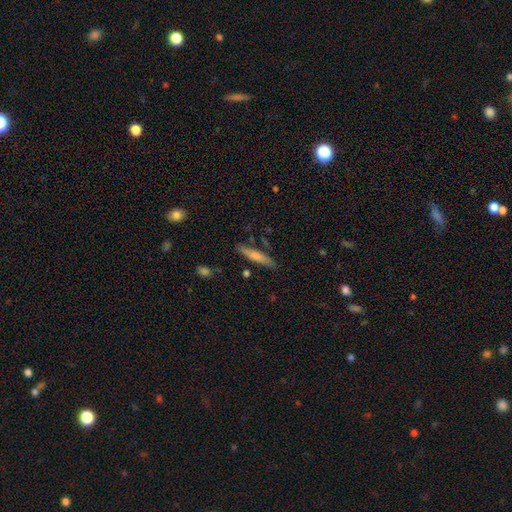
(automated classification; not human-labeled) Q: Smooth or featured?
A: smooth (66%); runner-up: featured or disk (28%)
Q: How rounded?
A: cigar-shaped (89%); runner-up: in between (10%)
Q: Merging?
A: none (83%); runner-up: minor disturbance (11%)